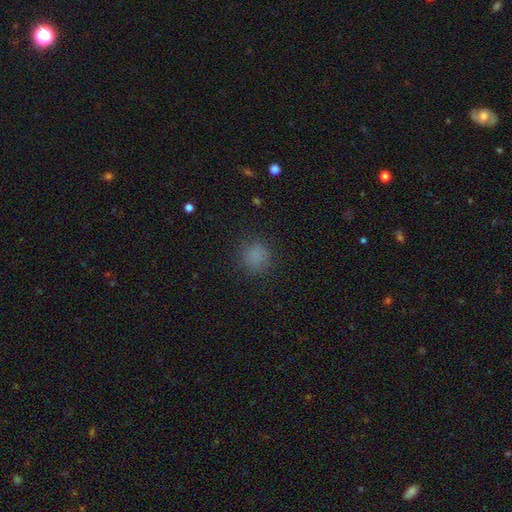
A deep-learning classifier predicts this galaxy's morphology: The model was most divided on "smooth or featured": smooth: 80%, star or artifact: 16%, featured or disk: 4%. More confident: how rounded — round (90%); merging — none (86%).